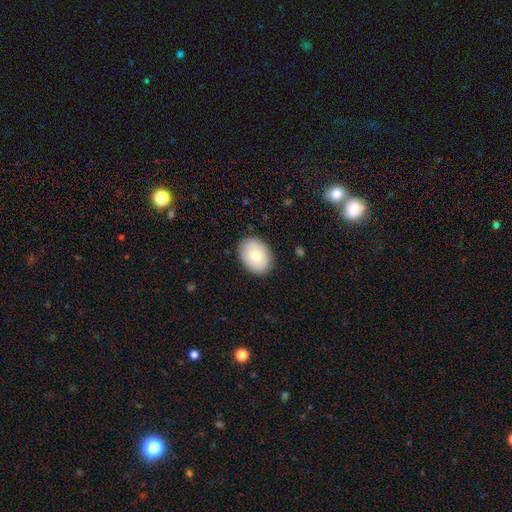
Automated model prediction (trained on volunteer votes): The model was most divided on "how rounded": in between: 66%, round: 33%, cigar-shaped: 1%. More confident: merging — none (87%); smooth or featured — smooth (71%).